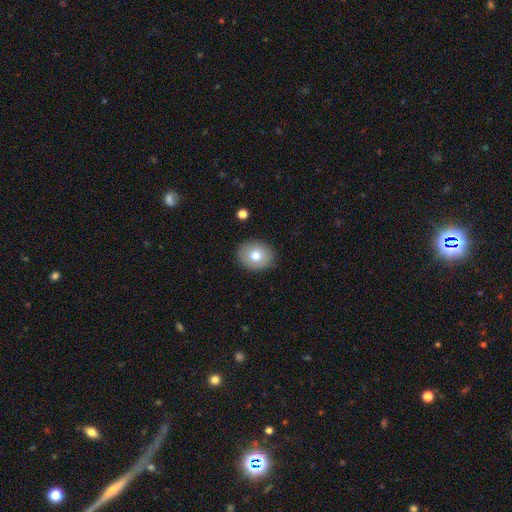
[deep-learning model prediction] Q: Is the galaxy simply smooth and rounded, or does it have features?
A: smooth — 74%.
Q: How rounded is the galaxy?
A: round — 57%.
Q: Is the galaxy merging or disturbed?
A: none — 89%.